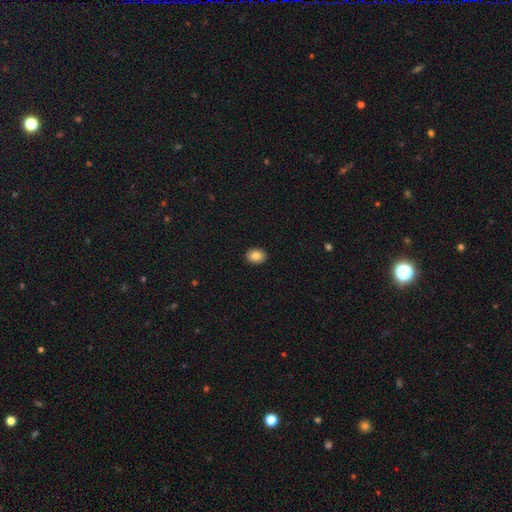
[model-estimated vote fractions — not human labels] A smooth galaxy with no disk features (86%) that is in between round and cigar-shaped (64%).

Vote fractions:
- Smooth or featured? smooth: 86% / star or artifact: 8% / featured or disk: 6%
- How rounded? in between: 64% / round: 35% / cigar-shaped: 1%
- Merging? none: 92% / minor disturbance: 6% / major disturbance: 2% / merger: 1%